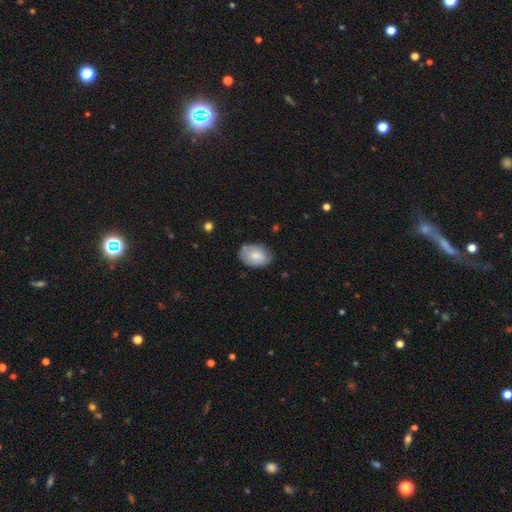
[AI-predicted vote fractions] Smooth or featured? Predicted: smooth (p=0.79). How rounded? Predicted: in between (p=0.83). Merging? Predicted: none (p=0.74).